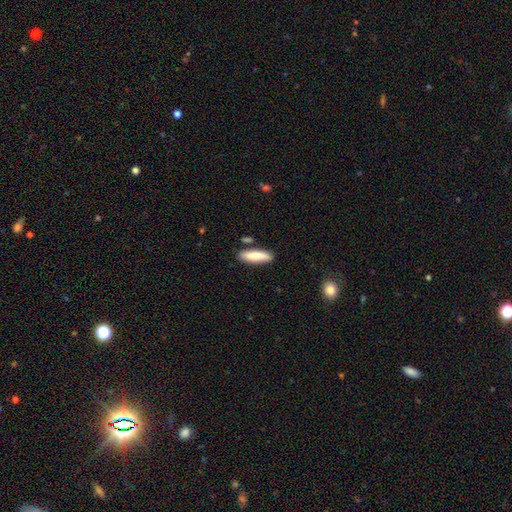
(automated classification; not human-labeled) This appears to be a smooth galaxy with no disk features (82%) that is cigar-shaped (60%). Merging: none (82%).